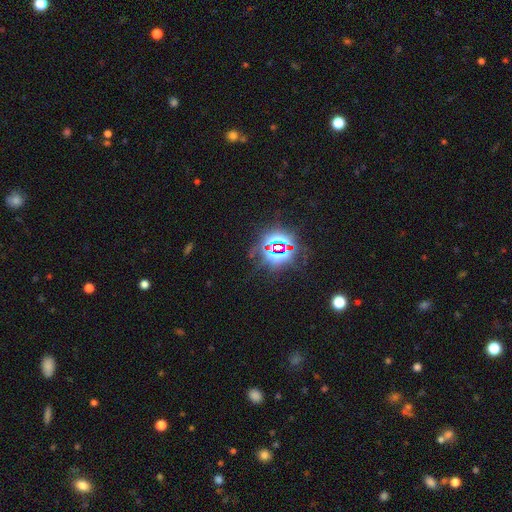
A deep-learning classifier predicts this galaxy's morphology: Q: Smooth or featured?
A: star or artifact (82%); runner-up: smooth (11%)